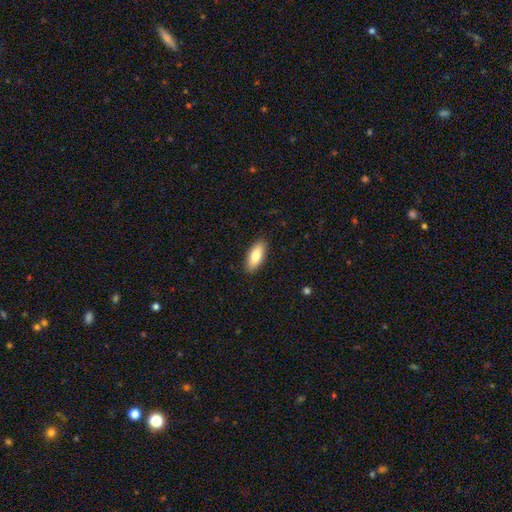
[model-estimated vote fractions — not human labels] A smooth galaxy with no disk features (80%) that is in between round and cigar-shaped (81%). Merging: none (89%).